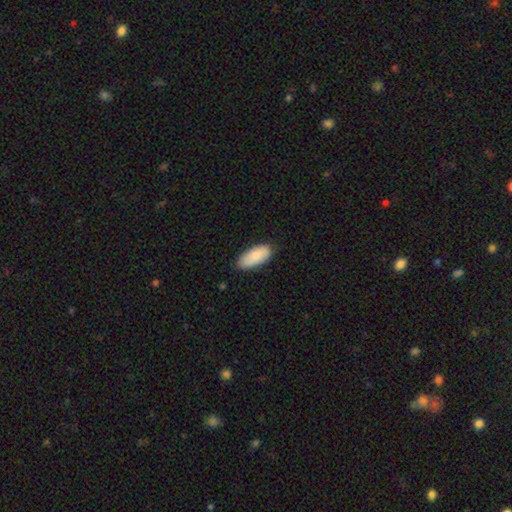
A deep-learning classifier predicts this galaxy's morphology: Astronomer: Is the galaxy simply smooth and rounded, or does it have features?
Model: smooth — 84%.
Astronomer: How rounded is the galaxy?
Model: in between — 90%.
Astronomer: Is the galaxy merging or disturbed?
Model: none — 81%.